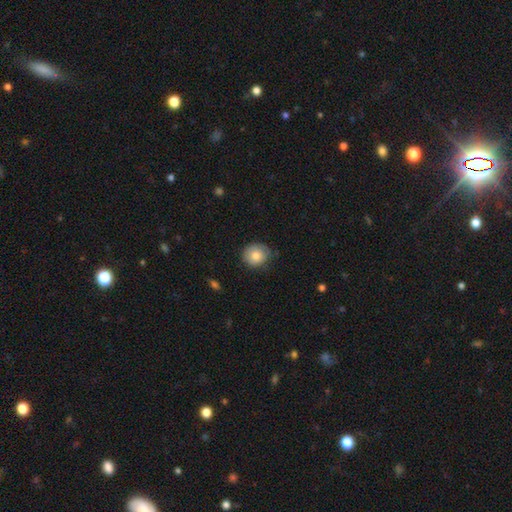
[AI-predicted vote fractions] Smooth or featured: smooth — 80% (featured or disk — 13%)
How rounded: round — 81% (in between — 18%)
Merging: none — 69% (minor disturbance — 25%)